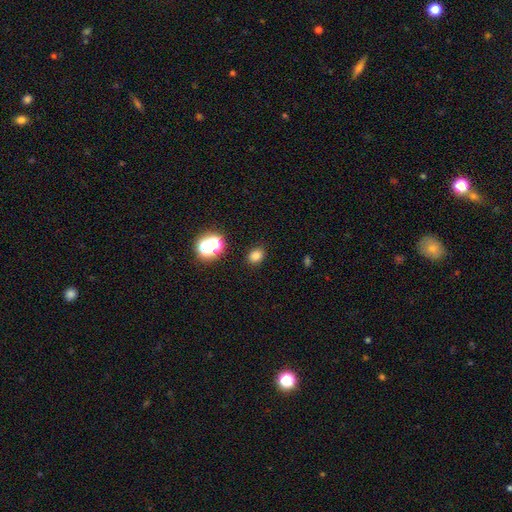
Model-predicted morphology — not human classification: Smooth or featured?
  - smooth: 76% *
  - star or artifact: 18%
  - featured or disk: 5%
How rounded?
  - in between: 50% *
  - round: 49%
  - cigar-shaped: 1%
Merging?
  - none: 86% *
  - minor disturbance: 9%
  - major disturbance: 3%
  - merger: 2%